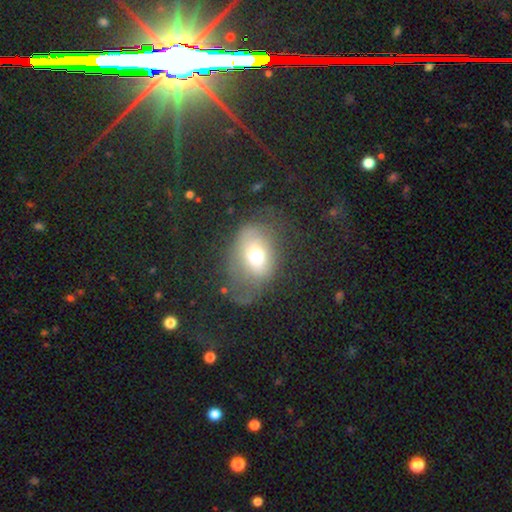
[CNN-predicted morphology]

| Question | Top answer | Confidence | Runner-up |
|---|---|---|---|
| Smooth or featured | smooth | 59% | featured or disk (29%) |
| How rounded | in between | 58% | round (40%) |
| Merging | none | 43% | major disturbance (33%) |